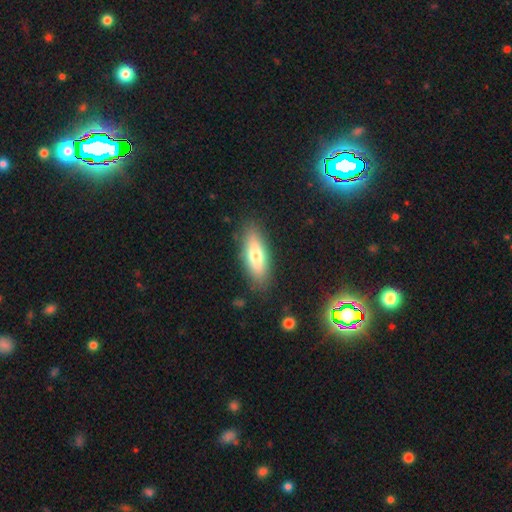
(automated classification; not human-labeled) A smooth galaxy with no disk features (69%) that is in between round and cigar-shaped (65%). Merging: none (85%).